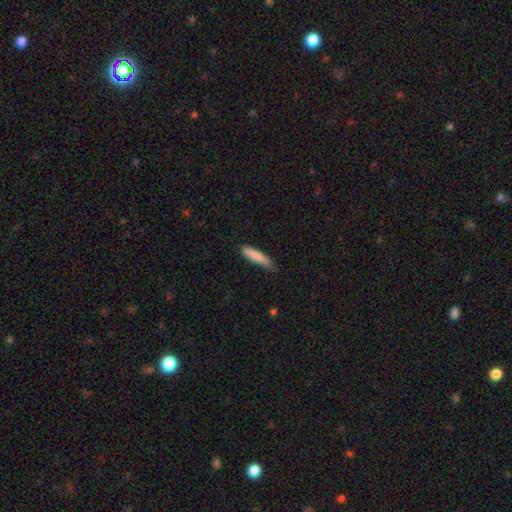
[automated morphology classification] This appears to be a smooth galaxy with no disk features (83%) that is cigar-shaped (84%). Merging: none (61%).